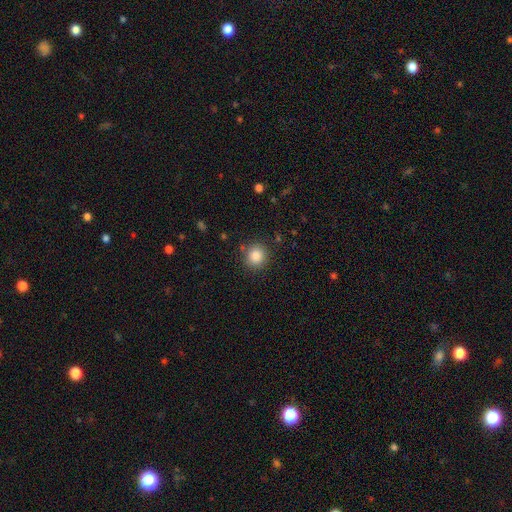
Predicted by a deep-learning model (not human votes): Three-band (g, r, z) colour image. It shows a smooth galaxy with no disk features (84%) that is round (88%). Merging: none (87%).